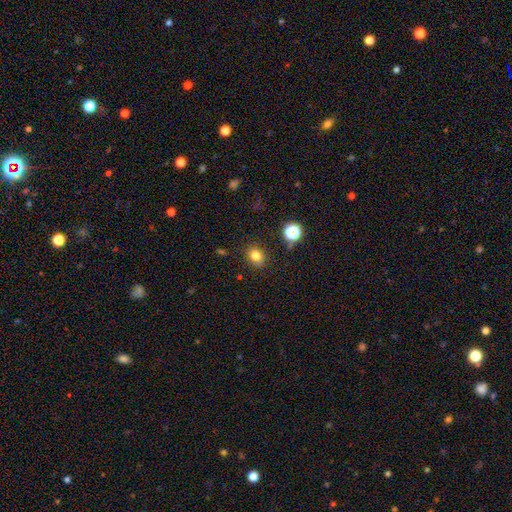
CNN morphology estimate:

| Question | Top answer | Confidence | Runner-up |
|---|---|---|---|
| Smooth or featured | smooth | 78% | star or artifact (15%) |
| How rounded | round | 54% | in between (45%) |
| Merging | none | 85% | minor disturbance (10%) |